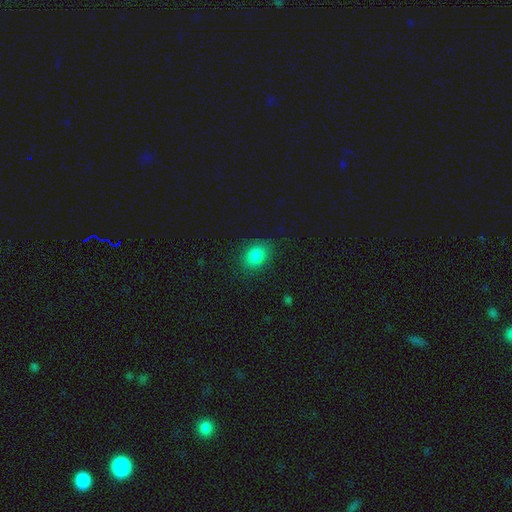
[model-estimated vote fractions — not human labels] smooth 85%, star or artifact 10%, featured or disk 5%. Down the decision tree: how rounded — in between (65%); merging — none (83%).